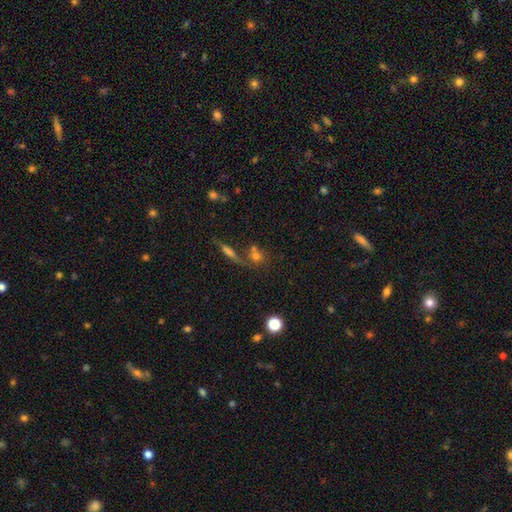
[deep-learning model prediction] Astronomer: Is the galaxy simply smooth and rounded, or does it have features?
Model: smooth — 55%.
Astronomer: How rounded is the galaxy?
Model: round — 71%.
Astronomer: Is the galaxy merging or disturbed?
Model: none — 52% (runner-up: merger, 32%).